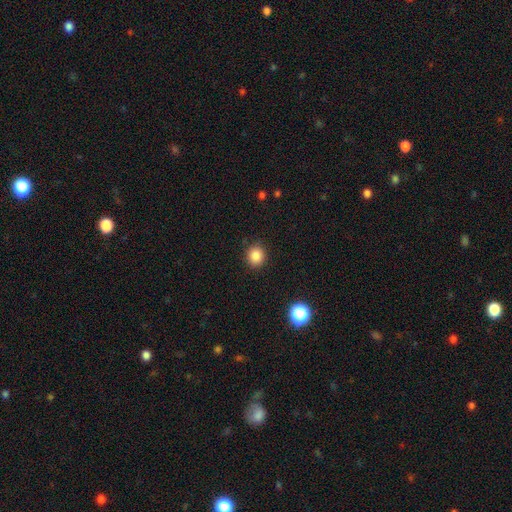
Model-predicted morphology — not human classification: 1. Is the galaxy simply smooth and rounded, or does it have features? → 85% smooth, 11% star or artifact, 4% featured or disk.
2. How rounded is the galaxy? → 86% round, 13% in between, 1% cigar-shaped.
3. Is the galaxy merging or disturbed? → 90% none, 7% minor disturbance, 2% major disturbance, 1% merger.